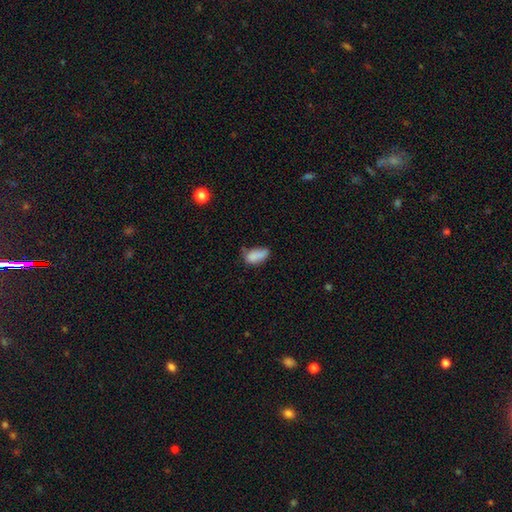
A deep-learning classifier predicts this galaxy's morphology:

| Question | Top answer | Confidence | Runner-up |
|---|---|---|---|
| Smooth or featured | smooth | 79% | featured or disk (11%) |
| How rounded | in between | 87% | cigar-shaped (8%) |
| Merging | none | 38% | minor disturbance (36%) |